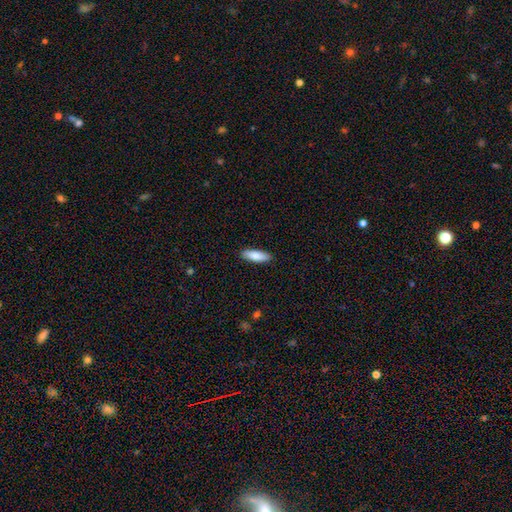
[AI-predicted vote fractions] Smooth or featured: smooth — 85% (featured or disk — 10%)
How rounded: in between — 54% (cigar-shaped — 45%)
Merging: none — 90% (minor disturbance — 7%)